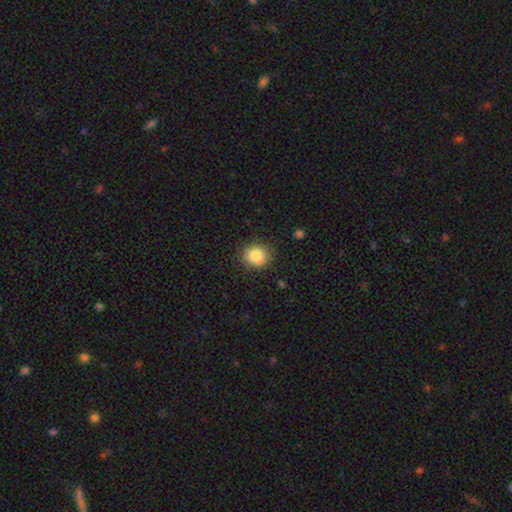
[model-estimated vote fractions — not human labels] Smooth or featured? smooth (85%)
How rounded? round (81%)
Merging? none (85%)